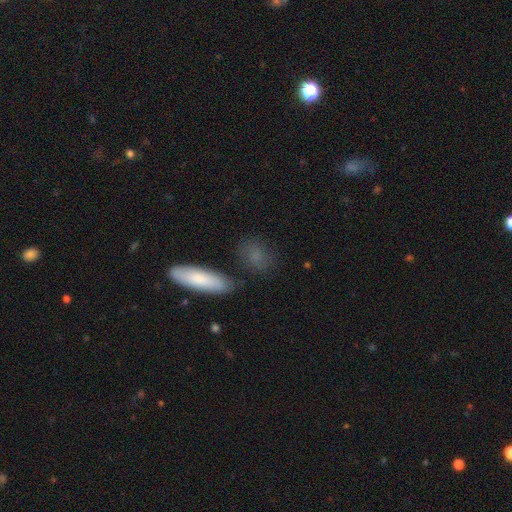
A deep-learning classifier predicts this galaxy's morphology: Smooth or featured: smooth — 77% (featured or disk — 12%)
How rounded: in between — 58% (round — 24%)
Merging: none — 74% (minor disturbance — 16%)